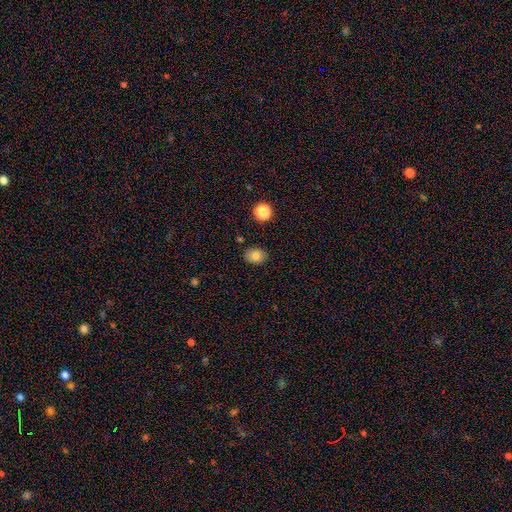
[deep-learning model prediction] The model was most divided on "how rounded": in between: 64%, round: 35%, cigar-shaped: 1%. More confident: merging — none (85%); smooth or featured — smooth (79%).